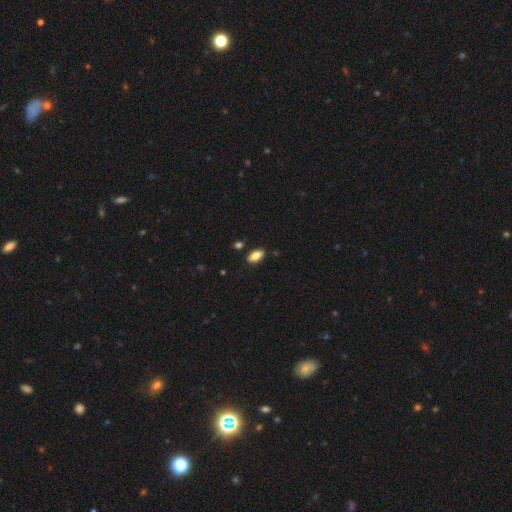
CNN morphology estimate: Smooth or featured?
  - smooth: 83% *
  - featured or disk: 10%
  - star or artifact: 7%
How rounded?
  - in between: 91% *
  - cigar-shaped: 6%
  - round: 3%
Merging?
  - none: 87% *
  - minor disturbance: 9%
  - merger: 2%
  - major disturbance: 2%